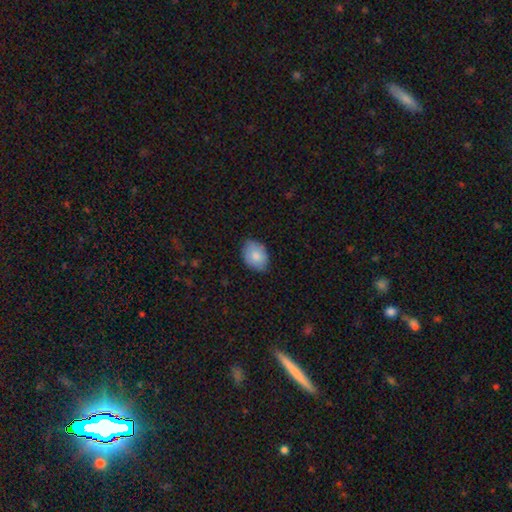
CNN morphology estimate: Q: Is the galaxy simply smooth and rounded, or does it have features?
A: smooth — 82%.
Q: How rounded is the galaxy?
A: in between — 78%.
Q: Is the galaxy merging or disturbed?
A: none — 78%.